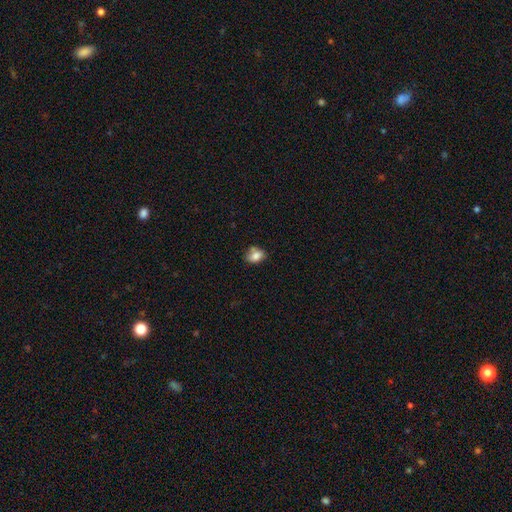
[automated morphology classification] Overall: smooth (79%). How rounded: in between (67%; round 31%). Merging: none (55%; minor disturbance 27%).